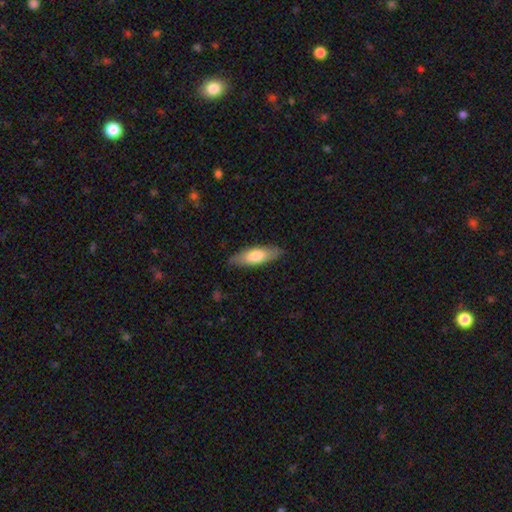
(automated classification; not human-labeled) Smooth or featured?
  - smooth: 70% *
  - featured or disk: 25%
  - star or artifact: 5%
How rounded?
  - in between: 59% *
  - cigar-shaped: 39%
  - round: 2%
Merging?
  - none: 83% *
  - minor disturbance: 13%
  - major disturbance: 2%
  - merger: 1%